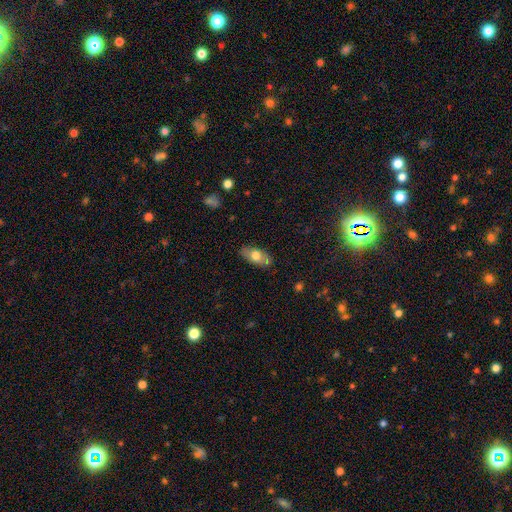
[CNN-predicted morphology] Smooth or featured? smooth (65%)
How rounded? in between (88%)
Merging? none (78%)